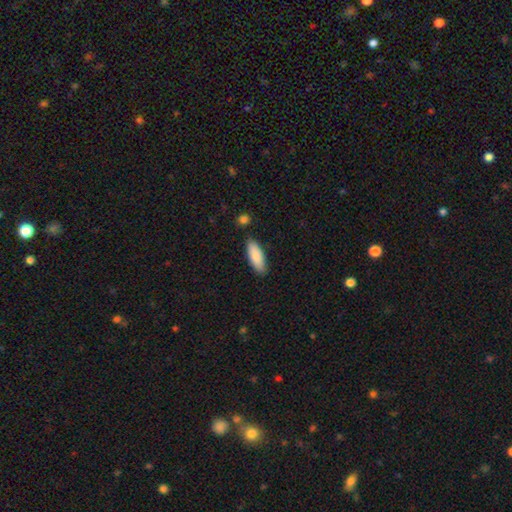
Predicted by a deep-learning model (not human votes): This is clearly a smooth galaxy (87%). How rounded: likely in between (66%). Merging: clearly none (85%).